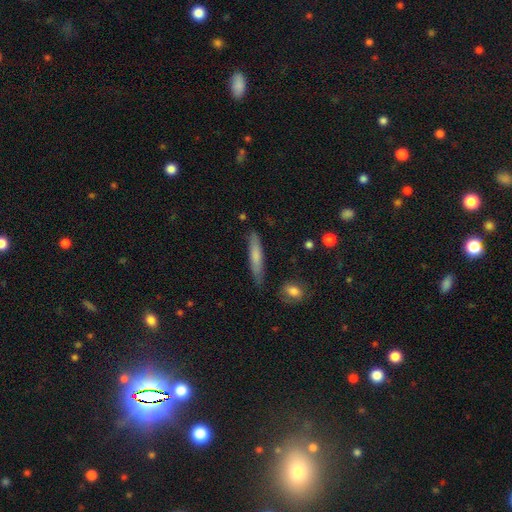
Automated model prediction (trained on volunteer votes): Smooth or featured: smooth — 68% (featured or disk — 25%)
How rounded: cigar-shaped — 89% (in between — 9%)
Merging: none — 82% (minor disturbance — 13%)